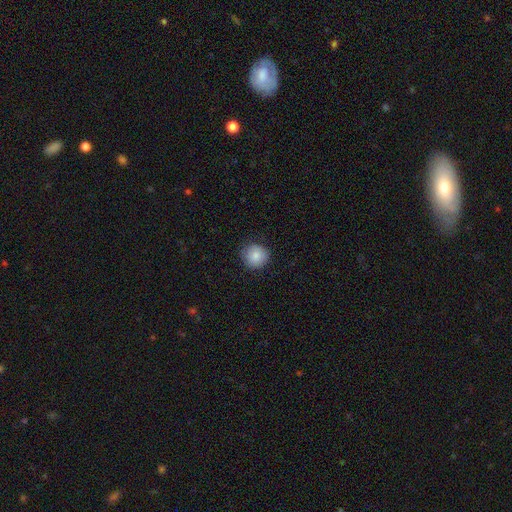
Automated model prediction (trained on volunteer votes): Smooth or featured: smooth — 84% (star or artifact — 8%)
How rounded: round — 93% (in between — 7%)
Merging: none — 85% (minor disturbance — 11%)